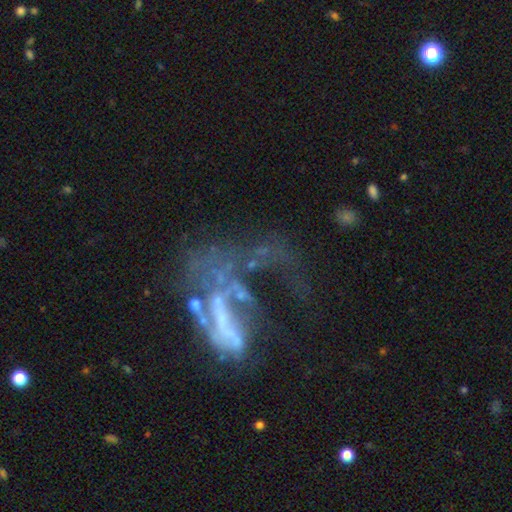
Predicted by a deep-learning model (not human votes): This appears to be a featured or disk galaxy (60%) with no bar (70%), no spiral arms (73%) and no central bulge (69%). Merging: major disturbance (54%).